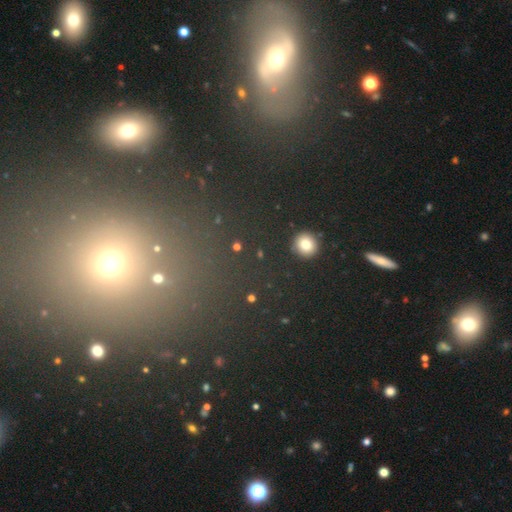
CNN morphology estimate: This appears to be a smooth galaxy with no disk features (45%). Merging: none (74%).